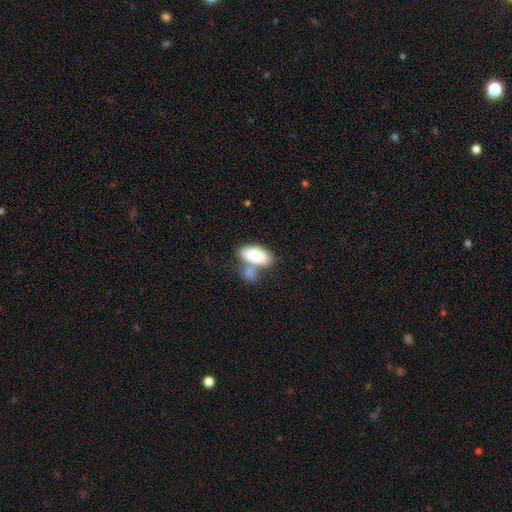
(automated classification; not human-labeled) smooth-or-featured: smooth: 79% | featured or disk: 15% | star or artifact: 6%
  how-rounded: in between: 93% | cigar-shaped: 4% | round: 3%
  merging: none: 42% | merger: 38% | minor disturbance: 14% | major disturbance: 6%